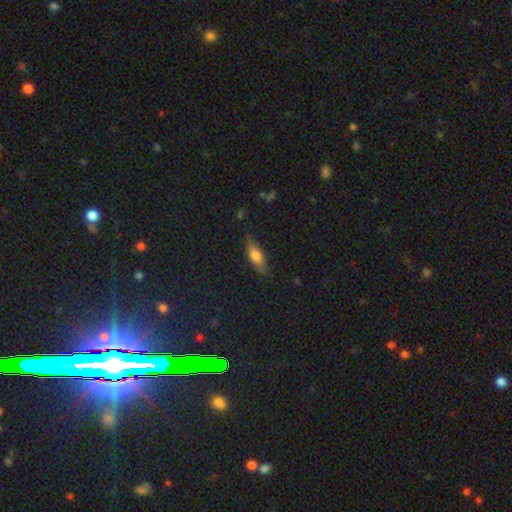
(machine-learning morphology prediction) Smooth or featured?
  - smooth: 67% *
  - featured or disk: 25%
  - star or artifact: 8%
How rounded?
  - in between: 62% *
  - cigar-shaped: 35%
  - round: 3%
Merging?
  - none: 78% *
  - minor disturbance: 17%
  - major disturbance: 4%
  - merger: 1%